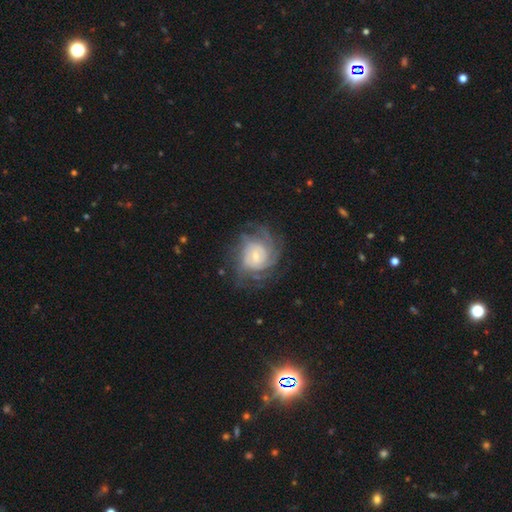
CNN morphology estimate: Smooth or featured?
  - featured or disk: 82% *
  - smooth: 11%
  - star or artifact: 7%
Edge-on disk?
  - no: 97% *
  - yes: 3%
Bar?
  - no: 47% *
  - weak: 44%
  - strong: 9%
Spiral arms?
  - yes: 95% *
  - no: 5%
Spiral winding?
  - tight: 62% *
  - medium: 30%
  - loose: 8%
Spiral arm count?
  - can't tell: 36% *
  - 4: 20%
  - 3: 17%
  - 2: 13%
  - more than 4: 8%
  - 1: 6%
Bulge size?
  - small: 58% *
  - moderate: 30%
  - large: 5%
  - none: 5%
  - dominant: 1%
Merging?
  - none: 67% *
  - minor disturbance: 18%
  - major disturbance: 13%
  - merger: 2%